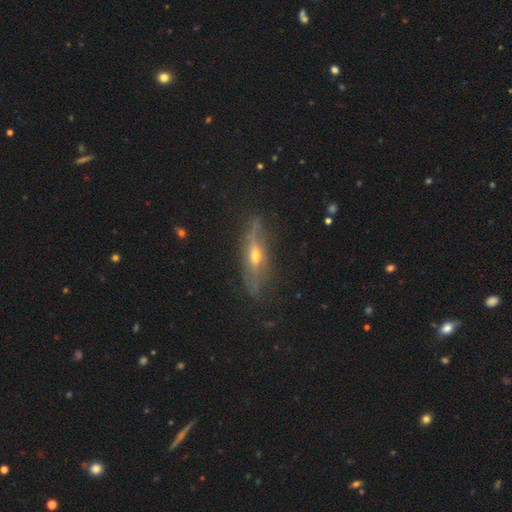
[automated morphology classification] Smooth or featured? Predicted: featured or disk (p=0.66). Edge-on disk? Predicted: yes (p=0.75). Merging? Predicted: none (p=0.73).